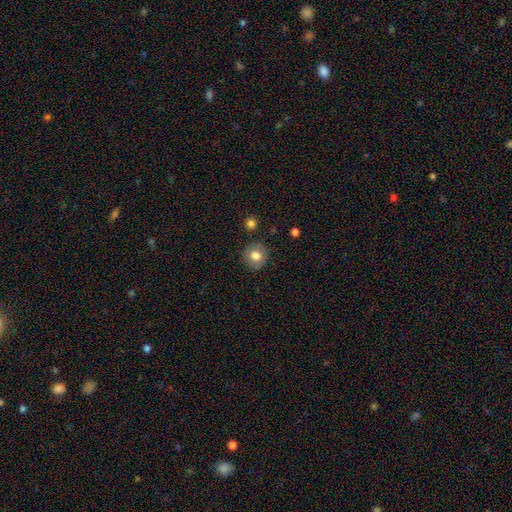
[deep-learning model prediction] Q: Smooth or featured?
A: smooth (74%); runner-up: featured or disk (17%)
Q: How rounded?
A: round (86%); runner-up: in between (13%)
Q: Merging?
A: none (83%); runner-up: minor disturbance (11%)